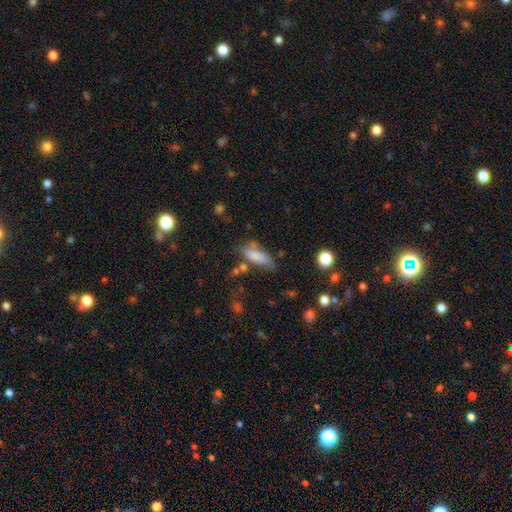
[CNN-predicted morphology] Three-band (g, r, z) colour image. It shows a smooth galaxy with no disk features (77%) that is in between round and cigar-shaped (68%). Merging: none (46%).